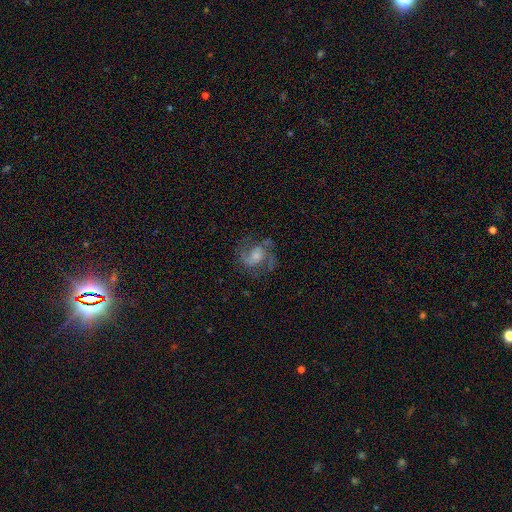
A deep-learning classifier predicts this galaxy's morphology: type=featured or disk (78%); edge-on=no (98%); bar=no (45%); spiral arms=yes (94%); winding=medium (56%); arm count=2 (78%); bulge=moderate (41%); merging=none (70%).